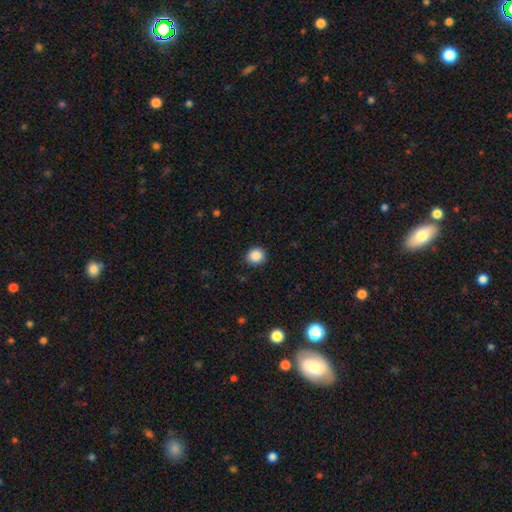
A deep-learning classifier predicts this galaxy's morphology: Smooth or featured? Predicted: smooth (p=0.88). How rounded? Predicted: round (p=0.86). Merging? Predicted: none (p=0.90).